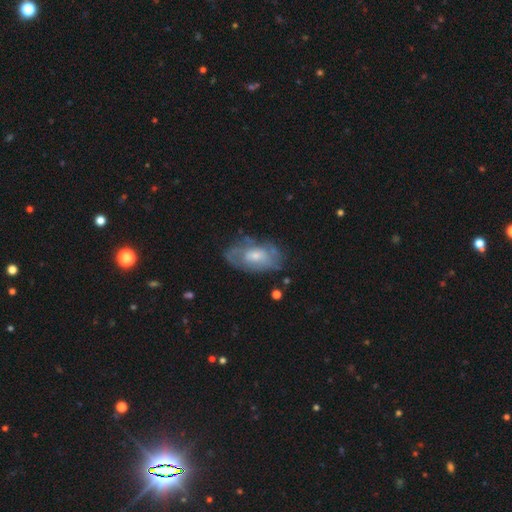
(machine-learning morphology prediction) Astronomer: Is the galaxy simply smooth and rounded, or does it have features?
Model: featured or disk — 56% (runner-up: smooth, 37%).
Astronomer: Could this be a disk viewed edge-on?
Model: no — 93%.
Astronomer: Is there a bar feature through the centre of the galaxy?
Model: no — 74%.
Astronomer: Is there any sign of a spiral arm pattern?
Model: yes — 54% (runner-up: no, 46%).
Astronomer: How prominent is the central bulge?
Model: small — 45%, tied with moderate at 45%.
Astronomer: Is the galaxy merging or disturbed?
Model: none — 60%.